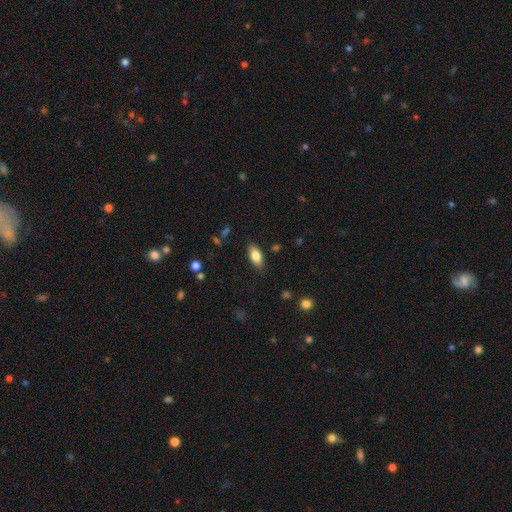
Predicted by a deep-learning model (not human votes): This is clearly a smooth galaxy (82%). How rounded: clearly in between (88%). Merging: clearly none (83%).